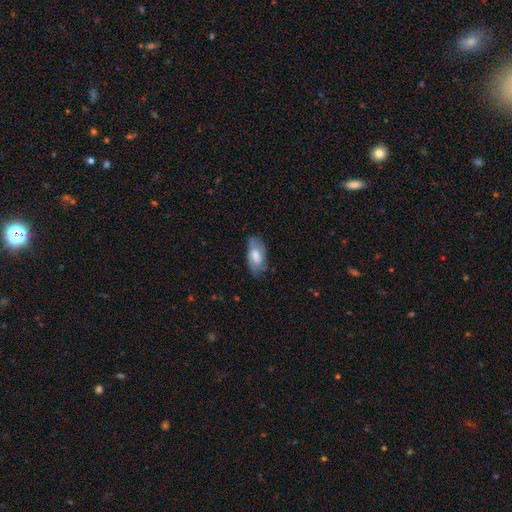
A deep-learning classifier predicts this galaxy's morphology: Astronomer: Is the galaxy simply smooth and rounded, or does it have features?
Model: smooth — 61%.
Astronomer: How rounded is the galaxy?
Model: in between — 91%.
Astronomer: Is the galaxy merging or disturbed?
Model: none — 67%.